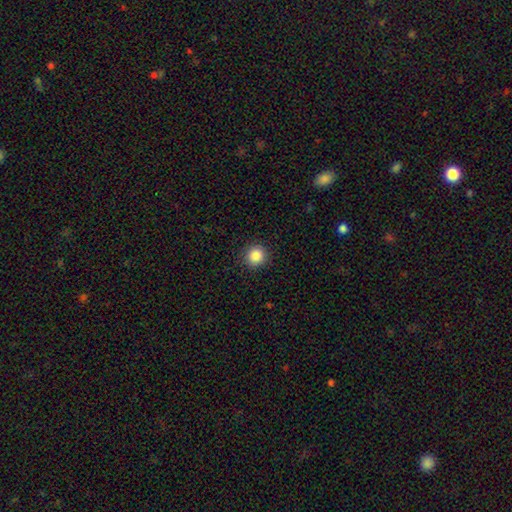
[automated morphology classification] Smooth or featured? Predicted: smooth (p=0.87). How rounded? Predicted: round (p=0.93). Merging? Predicted: none (p=0.91).